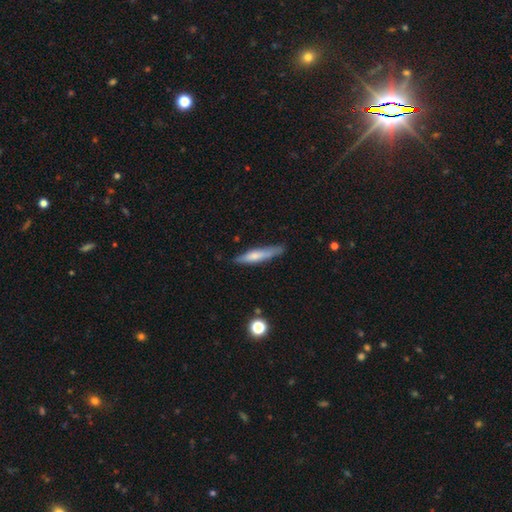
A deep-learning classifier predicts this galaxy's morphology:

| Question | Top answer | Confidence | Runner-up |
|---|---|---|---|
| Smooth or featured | smooth | 63% | featured or disk (31%) |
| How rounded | cigar-shaped | 87% | in between (12%) |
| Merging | none | 77% | minor disturbance (18%) |